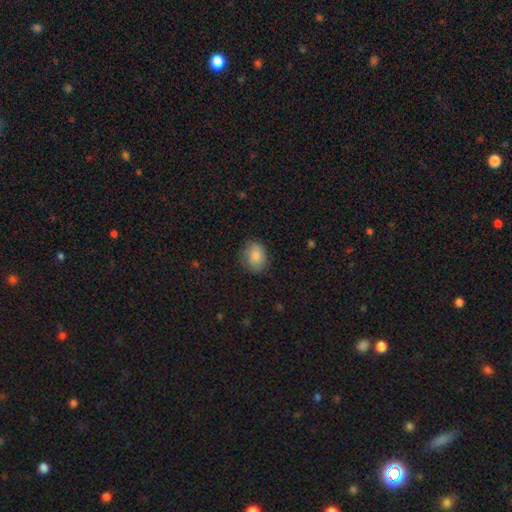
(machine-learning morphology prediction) Smooth or featured: smooth — 83% (featured or disk — 9%)
How rounded: in between — 51% (round — 48%)
Merging: none — 79% (minor disturbance — 16%)